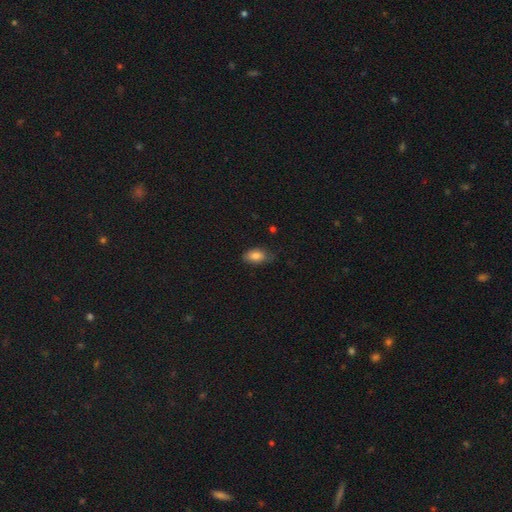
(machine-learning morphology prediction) A smooth galaxy with no disk features (84%) that is in between round and cigar-shaped (89%).

Vote fractions:
- Smooth or featured? smooth: 84% / featured or disk: 9% / star or artifact: 8%
- How rounded? in between: 89% / round: 9% / cigar-shaped: 2%
- Merging? none: 68% / minor disturbance: 26% / major disturbance: 5% / merger: 1%